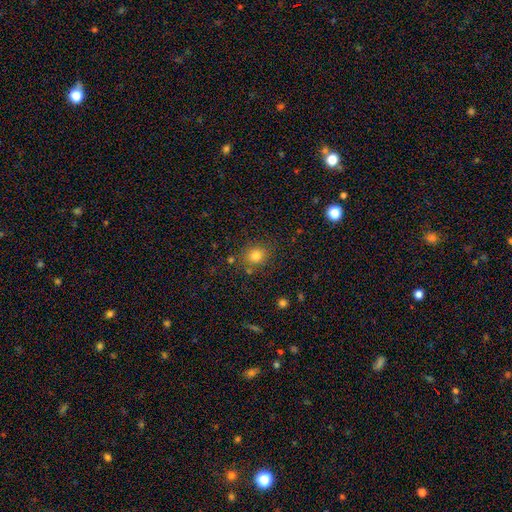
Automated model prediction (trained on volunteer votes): A smooth galaxy with no disk features (80%) that is round (75%).

Vote fractions:
- Smooth or featured? smooth: 80% / star or artifact: 13% / featured or disk: 7%
- How rounded? round: 75% / in between: 24% / cigar-shaped: 1%
- Merging? none: 79% / minor disturbance: 12% / merger: 5% / major disturbance: 4%